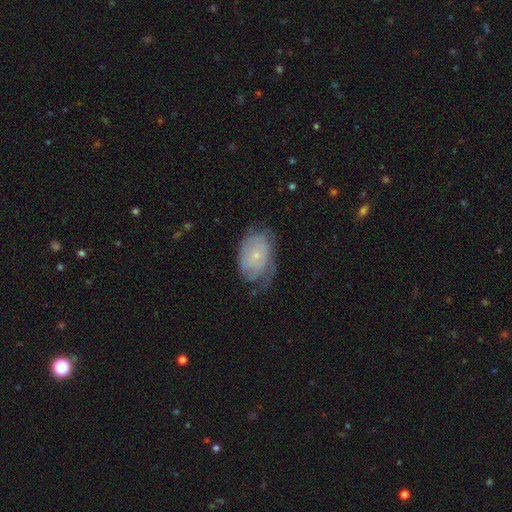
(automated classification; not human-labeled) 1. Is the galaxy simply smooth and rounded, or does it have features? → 66% featured or disk, 27% smooth, 7% star or artifact.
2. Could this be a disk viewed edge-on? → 96% no, 4% yes.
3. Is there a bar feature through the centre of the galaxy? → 80% no, 17% weak, 3% strong.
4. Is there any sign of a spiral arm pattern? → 84% yes, 16% no.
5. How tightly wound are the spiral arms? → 56% tight, 29% medium, 14% loose.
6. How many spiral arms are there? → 47% can't tell, 24% 2, 10% 3, 9% 1, 6% 4, 4% more than 4.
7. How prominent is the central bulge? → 80% small, 15% moderate, 3% none, 1% large, 1% dominant.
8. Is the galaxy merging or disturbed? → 53% none, 27% minor disturbance, 18% major disturbance, 1% merger.